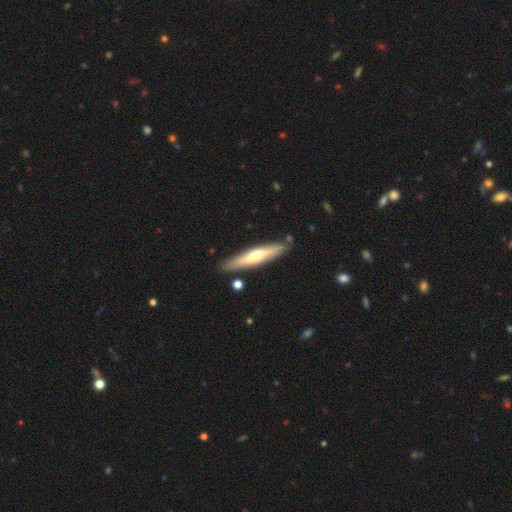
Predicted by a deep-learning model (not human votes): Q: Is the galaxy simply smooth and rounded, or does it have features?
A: featured or disk — 48%.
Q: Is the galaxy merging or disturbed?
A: none — 86%.